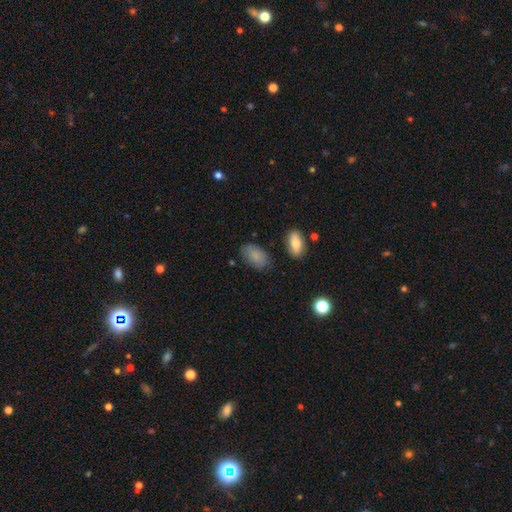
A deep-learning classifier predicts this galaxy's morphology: A smooth galaxy with no disk features (85%) that is in between round and cigar-shaped (93%).

Vote fractions:
- Smooth or featured? smooth: 85% / featured or disk: 8% / star or artifact: 8%
- How rounded? in between: 93% / round: 6% / cigar-shaped: 2%
- Merging? none: 76% / minor disturbance: 17% / major disturbance: 4% / merger: 3%